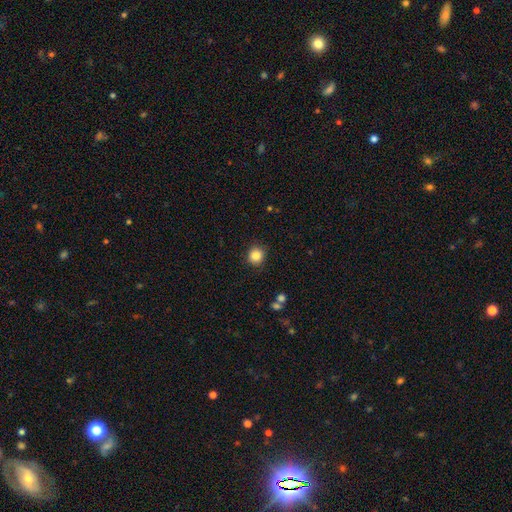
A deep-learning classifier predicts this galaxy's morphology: smooth 85%, star or artifact 10%, featured or disk 4%. Down the decision tree: how rounded — round (90%); merging — none (89%).